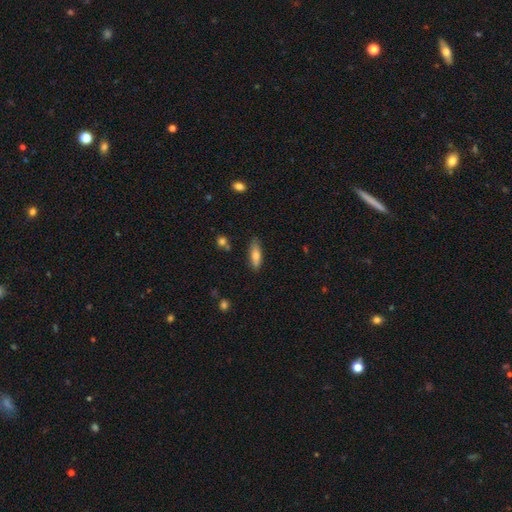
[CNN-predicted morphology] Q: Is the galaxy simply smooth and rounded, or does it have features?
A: smooth — 75%.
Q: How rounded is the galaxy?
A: in between — 58%.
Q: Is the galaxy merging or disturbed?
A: none — 81%.